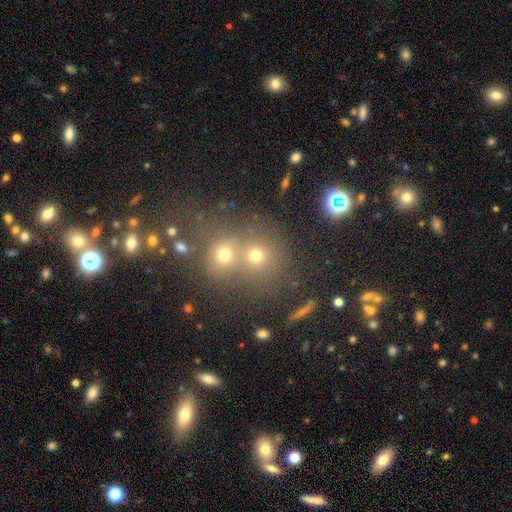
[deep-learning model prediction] A smooth galaxy with no disk features (67%) that is round (81%). Merging: merger (49%).